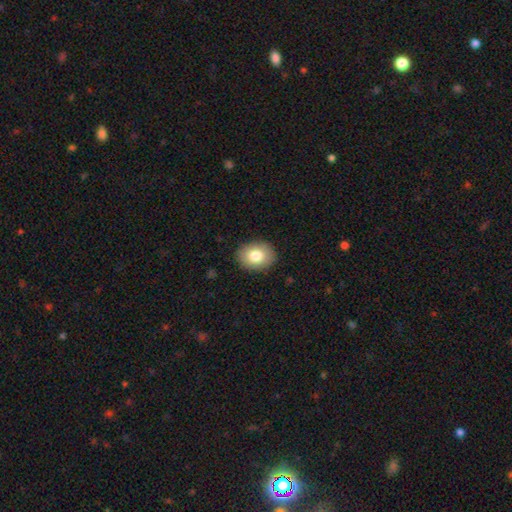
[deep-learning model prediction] A smooth galaxy with no disk features (81%) that is in between round and cigar-shaped (62%).

Vote fractions:
- Smooth or featured? smooth: 81% / featured or disk: 11% / star or artifact: 8%
- How rounded? in between: 62% / round: 37% / cigar-shaped: 1%
- Merging? none: 89% / minor disturbance: 8% / major disturbance: 2% / merger: 1%